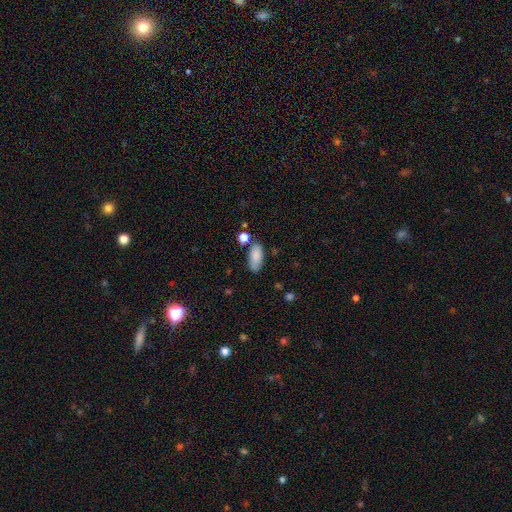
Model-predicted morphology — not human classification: type=smooth (86%); roundness=in between (89%); merging=none (70%).